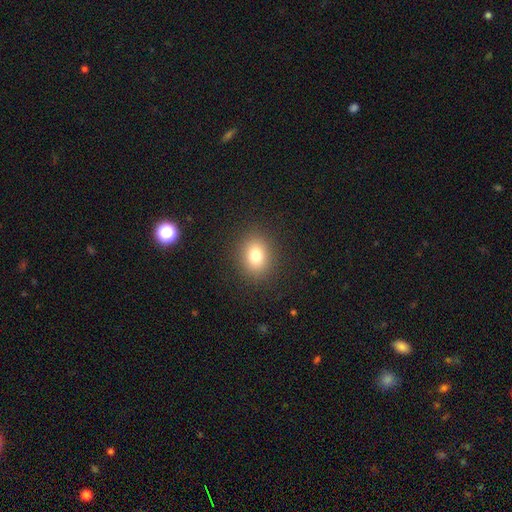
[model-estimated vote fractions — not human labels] A smooth galaxy with no disk features (79%) that is round (54%). Merging: none (88%).